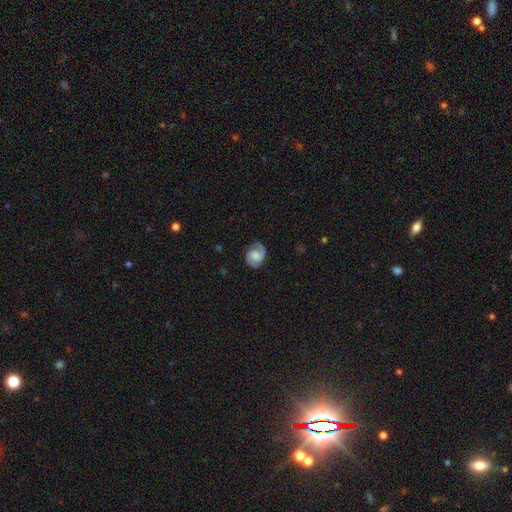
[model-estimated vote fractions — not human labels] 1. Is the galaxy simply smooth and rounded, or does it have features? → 72% featured or disk, 22% smooth, 7% star or artifact.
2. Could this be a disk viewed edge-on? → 98% no, 2% yes.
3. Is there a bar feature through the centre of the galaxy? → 58% no, 36% weak, 7% strong.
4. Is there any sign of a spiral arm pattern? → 95% yes, 5% no.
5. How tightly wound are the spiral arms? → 45% medium, 39% tight, 16% loose.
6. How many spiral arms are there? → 82% 2, 11% 1, 5% can't tell, 1% 3, 1% 4, 1% more than 4.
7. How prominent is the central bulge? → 30% moderate, 23% none, 22% large, 21% small, 3% dominant.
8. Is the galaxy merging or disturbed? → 78% none, 15% minor disturbance, 6% major disturbance, 1% merger.